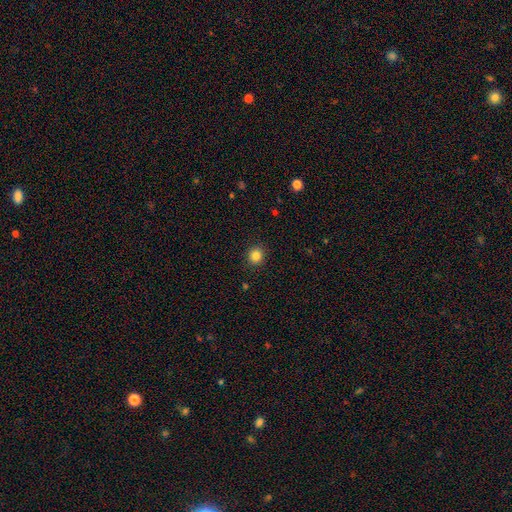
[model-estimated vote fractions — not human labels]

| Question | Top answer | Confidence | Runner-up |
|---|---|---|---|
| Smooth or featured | smooth | 84% | star or artifact (11%) |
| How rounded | round | 87% | in between (12%) |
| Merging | none | 91% | minor disturbance (6%) |